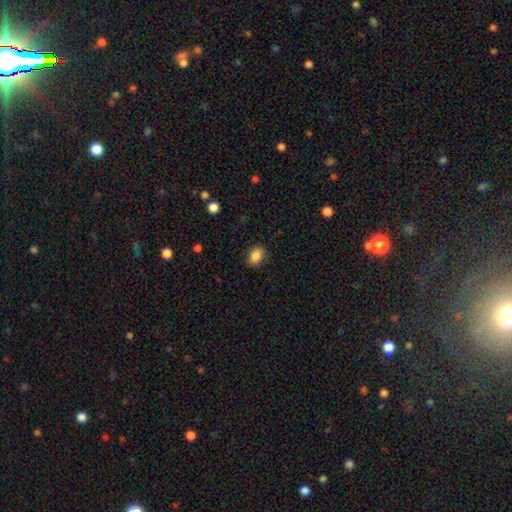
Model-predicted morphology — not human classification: Smooth or featured?
  - smooth: 87% *
  - star or artifact: 9%
  - featured or disk: 4%
How rounded?
  - in between: 75% *
  - round: 23%
  - cigar-shaped: 1%
Merging?
  - none: 79% *
  - minor disturbance: 17%
  - major disturbance: 4%
  - merger: 1%